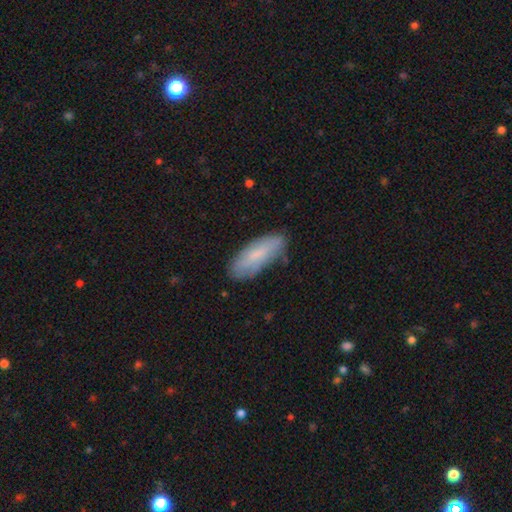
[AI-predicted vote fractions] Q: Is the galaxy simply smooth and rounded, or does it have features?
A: smooth — 71%.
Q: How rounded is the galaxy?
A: in between — 68%.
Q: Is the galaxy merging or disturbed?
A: none — 76%.